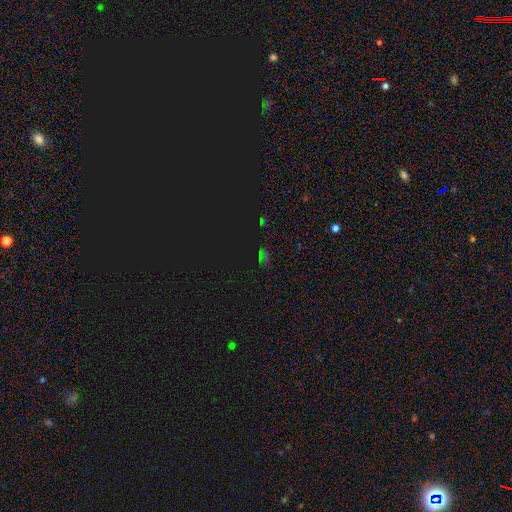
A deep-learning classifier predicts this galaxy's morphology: star or artifact 77%, smooth 16%, featured or disk 8%.